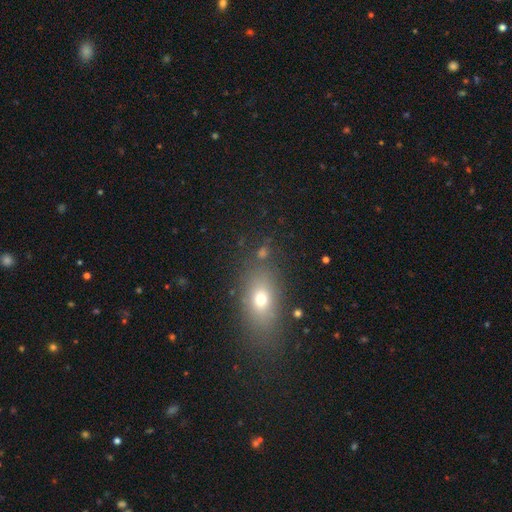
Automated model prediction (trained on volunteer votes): This is likely a smooth galaxy (64%). How rounded: likely in between (72%). Merging: likely none (79%).